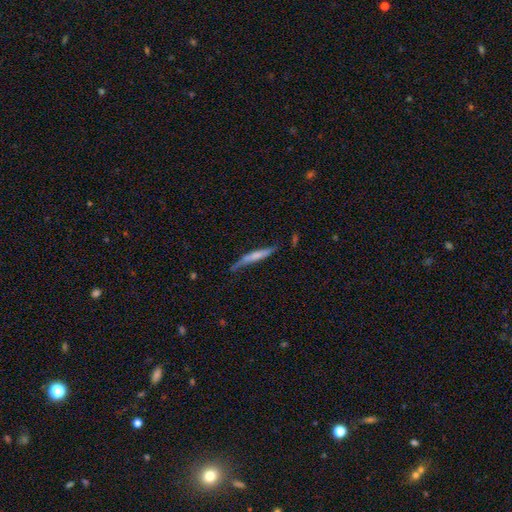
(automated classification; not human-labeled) A smooth galaxy with no disk features (55%) that is cigar-shaped (94%). Merging: none (61%).